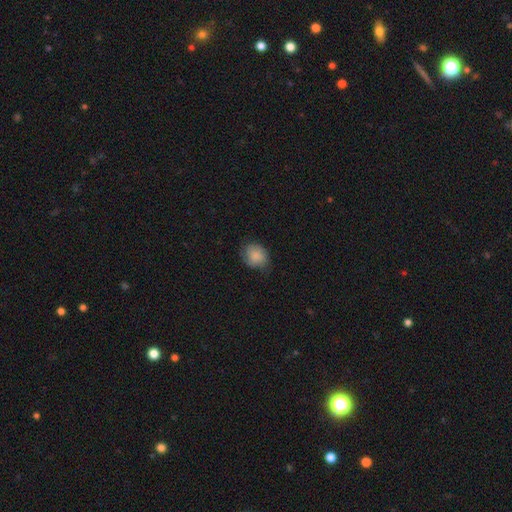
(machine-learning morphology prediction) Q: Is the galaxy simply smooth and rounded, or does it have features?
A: smooth — 81%.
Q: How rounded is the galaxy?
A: round — 55%.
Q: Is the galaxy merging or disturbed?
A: none — 65%.